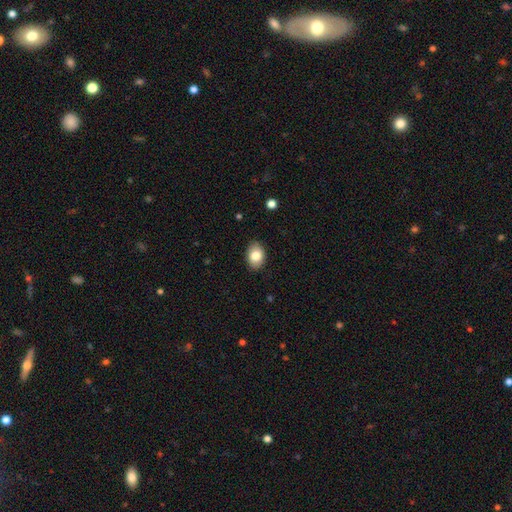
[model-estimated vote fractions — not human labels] A smooth galaxy with no disk features (82%) that is in between round and cigar-shaped (79%). Merging: none (88%).